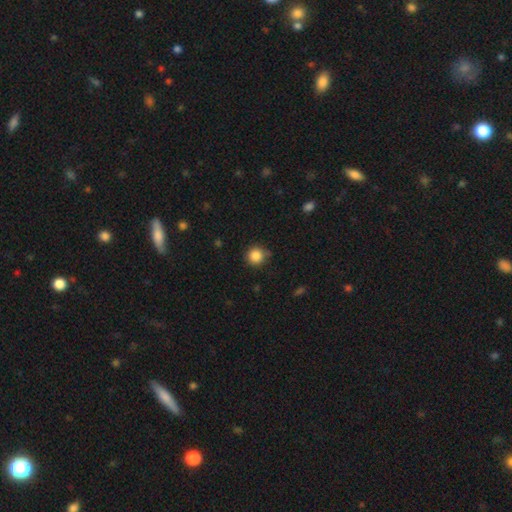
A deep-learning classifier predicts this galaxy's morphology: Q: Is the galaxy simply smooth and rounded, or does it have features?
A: smooth — 86%.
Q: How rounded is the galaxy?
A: round — 94%.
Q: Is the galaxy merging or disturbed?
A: none — 82%.